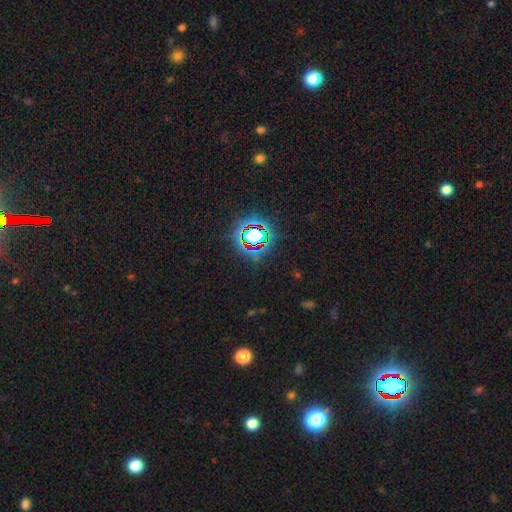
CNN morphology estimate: This appears to be a star or artifact, not a galaxy (79%).